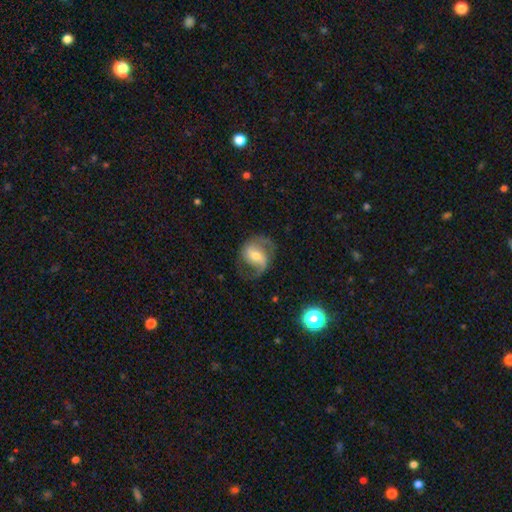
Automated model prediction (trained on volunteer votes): smooth-or-featured: featured or disk: 79% | smooth: 14% | star or artifact: 7%
  disk-edge-on: no: 97% | yes: 3%
    bar: weak: 44% | no: 31% | strong: 24%
    has-spiral-arms: yes: 94% | no: 6%
      spiral-winding: medium: 50% | loose: 34% | tight: 17%
      spiral-arm-count: 2: 85% | 1: 6% | can't tell: 5% | 3: 2% | 4: 1% | more than 4: 1%
    bulge-size: moderate: 53% | small: 38% | large: 5% | none: 2% | dominant: 1%
  merging: none: 67% | minor disturbance: 18% | major disturbance: 13% | merger: 1%